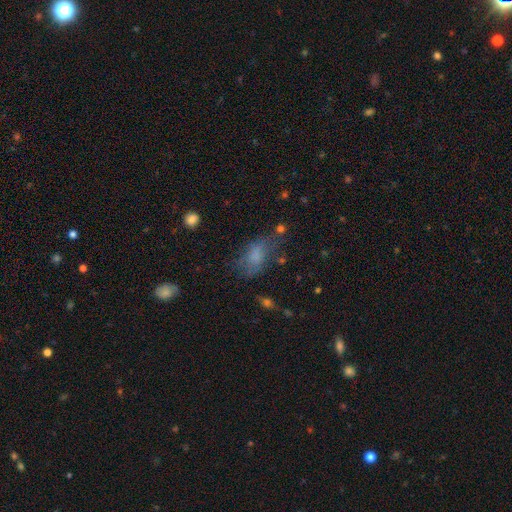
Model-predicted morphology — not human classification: This is likely a smooth galaxy (65%). How rounded: clearly in between (86%). Merging: marginally none (44%).